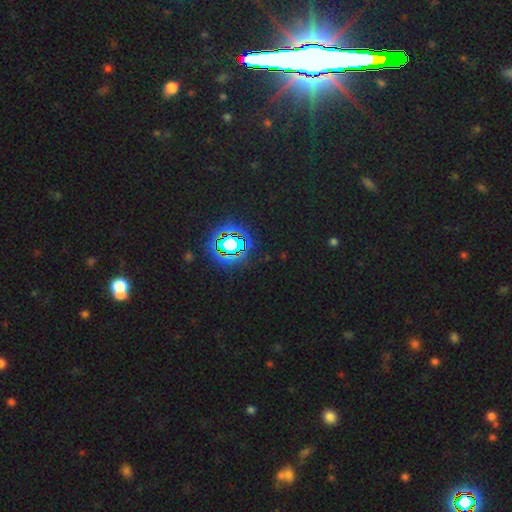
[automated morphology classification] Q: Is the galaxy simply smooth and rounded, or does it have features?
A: star or artifact — 82%.